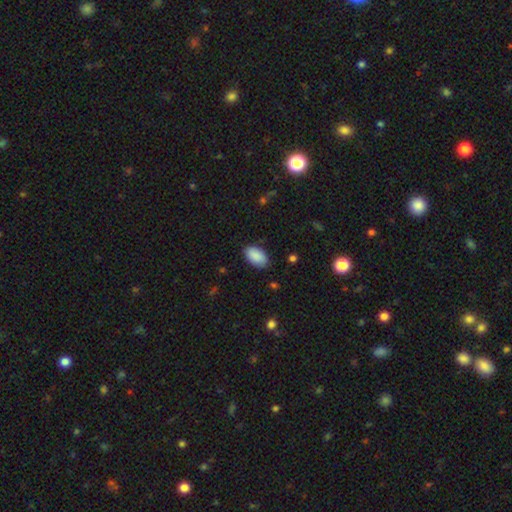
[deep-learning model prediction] Smooth or featured: smooth — 90% (star or artifact — 6%)
How rounded: in between — 94% (round — 4%)
Merging: none — 83% (minor disturbance — 13%)